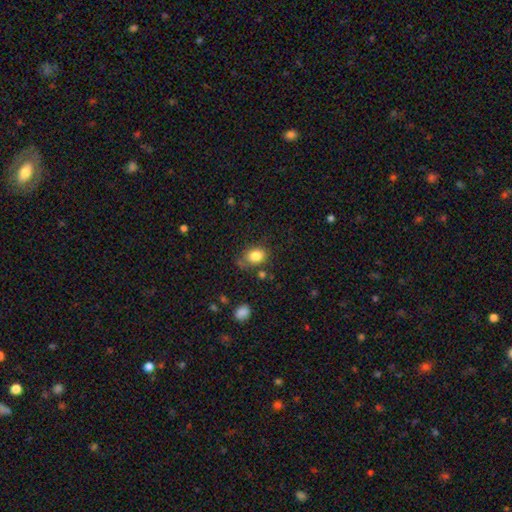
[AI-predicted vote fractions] This is clearly a smooth galaxy (83%). How rounded: likely in between (70%). Merging: likely none (67%).